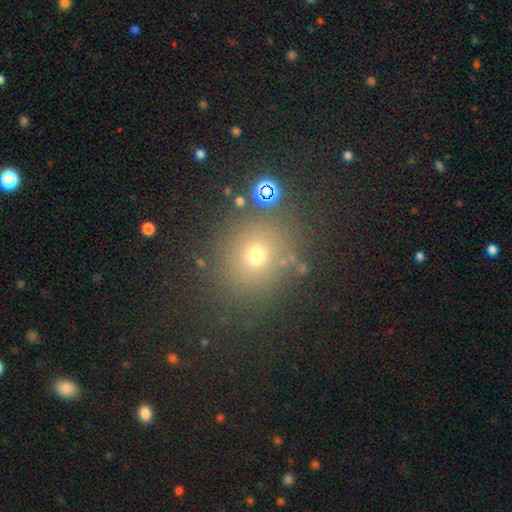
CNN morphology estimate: Smooth or featured? Predicted: smooth (p=0.67). How rounded? Predicted: round (p=0.82). Merging? Predicted: none (p=0.82).